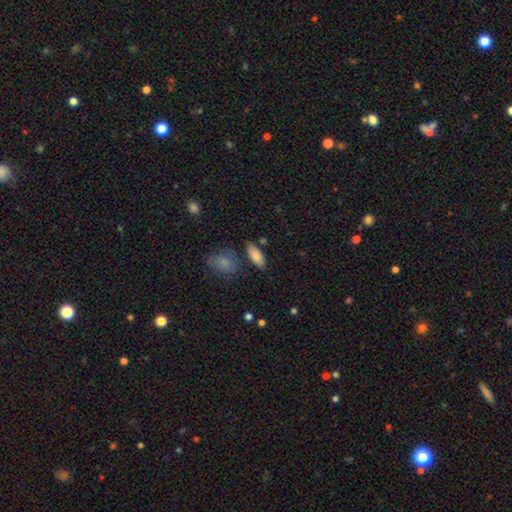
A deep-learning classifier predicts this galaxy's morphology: type=smooth (85%); roundness=in between (82%); merging=none (77%).